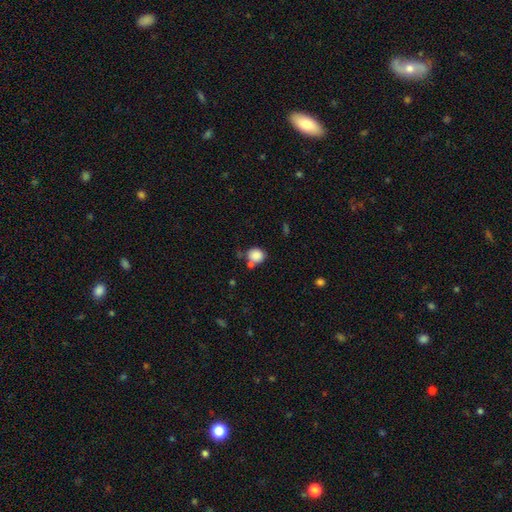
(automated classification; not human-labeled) Q: Smooth or featured?
A: smooth (86%); runner-up: star or artifact (9%)
Q: How rounded?
A: round (80%); runner-up: in between (19%)
Q: Merging?
A: none (62%); runner-up: merger (17%)